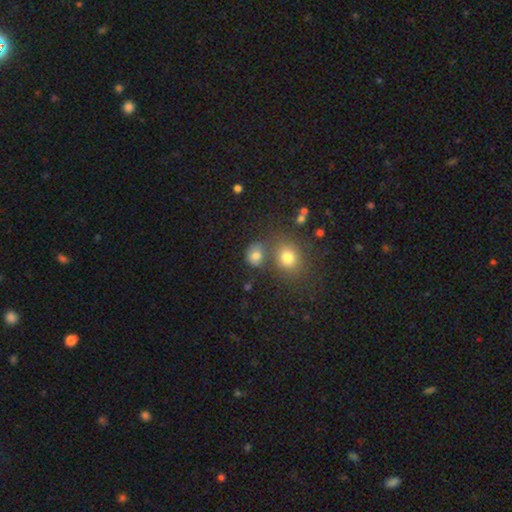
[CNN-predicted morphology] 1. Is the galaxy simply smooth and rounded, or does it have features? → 75% smooth, 15% star or artifact, 10% featured or disk.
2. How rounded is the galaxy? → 60% round, 39% in between, 1% cigar-shaped.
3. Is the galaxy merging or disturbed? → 58% none, 22% merger, 14% minor disturbance, 6% major disturbance.